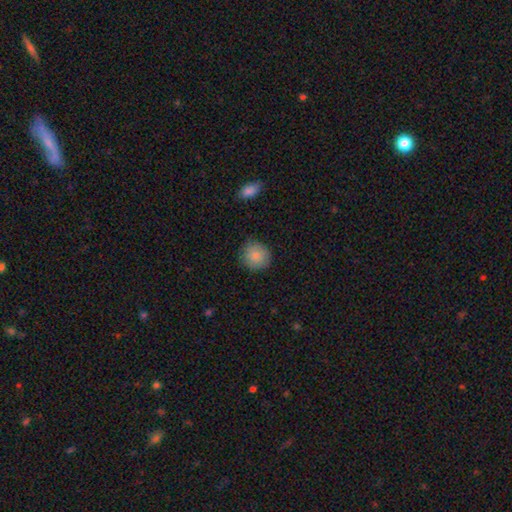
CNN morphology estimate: smooth 87%, star or artifact 8%, featured or disk 6%. Down the decision tree: how rounded — round (90%); merging — none (86%).